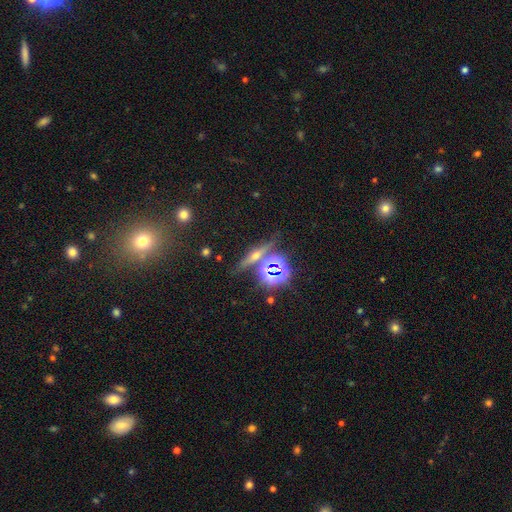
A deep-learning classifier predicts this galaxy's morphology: A featured or disk galaxy (38%).

Vote fractions:
- Smooth or featured? featured or disk: 38% / star or artifact: 34% / smooth: 27%
- Merging? none: 79% / minor disturbance: 10% / merger: 7% / major disturbance: 4%